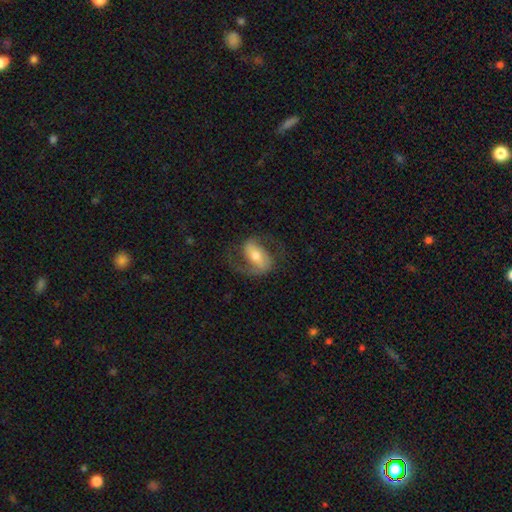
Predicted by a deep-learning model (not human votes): A featured or disk galaxy (73%) with a strong bar (44%), 2 (88%) medium (51%) spiral arms (90%) and a moderate central bulge (59%). Merging: none (69%).